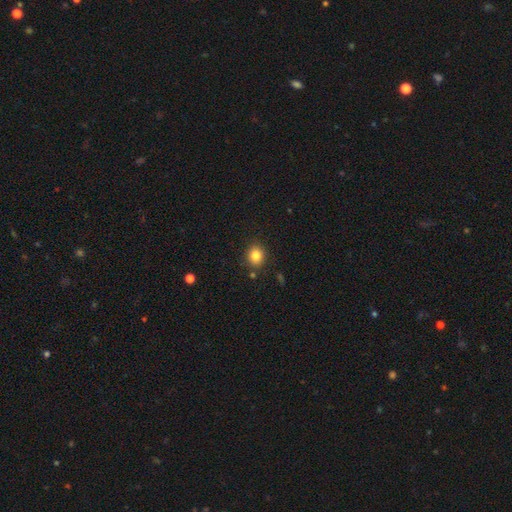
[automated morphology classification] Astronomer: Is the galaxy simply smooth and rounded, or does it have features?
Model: smooth — 83%.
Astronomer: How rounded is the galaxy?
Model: round — 71%.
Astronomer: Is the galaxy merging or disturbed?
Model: none — 87%.